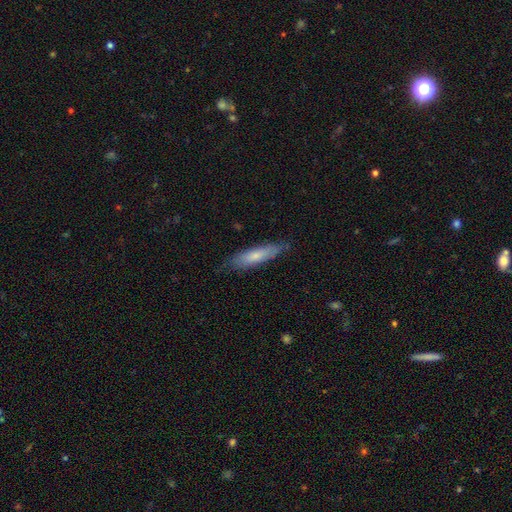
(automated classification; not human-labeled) A smooth galaxy with no disk features (66%) that is cigar-shaped (75%).

Vote fractions:
- Smooth or featured? smooth: 66% / featured or disk: 28% / star or artifact: 6%
- How rounded? cigar-shaped: 75% / in between: 23% / round: 1%
- Merging? none: 77% / minor disturbance: 19% / major disturbance: 3% / merger: 1%